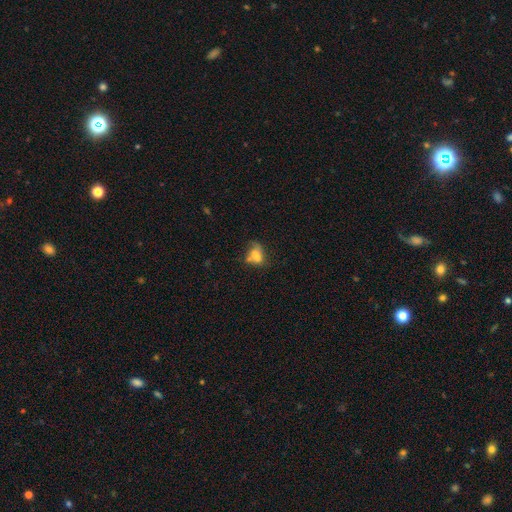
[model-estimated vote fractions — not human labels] This appears to be a smooth galaxy with no disk features (66%) that is in between round and cigar-shaped (73%). Merging: merger (37%).